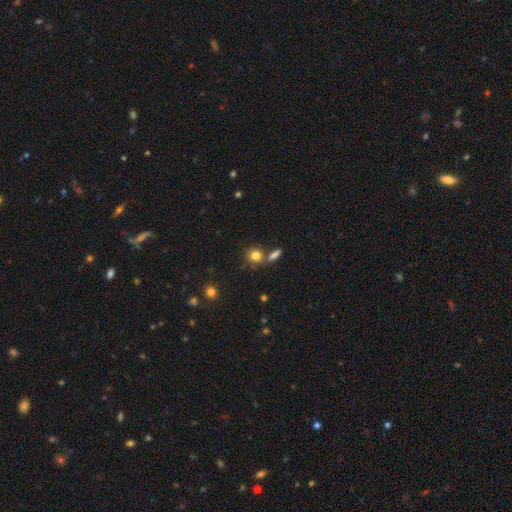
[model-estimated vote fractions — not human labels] Morphology: type=smooth (82%); roundness=round (76%); merging=none (66%).